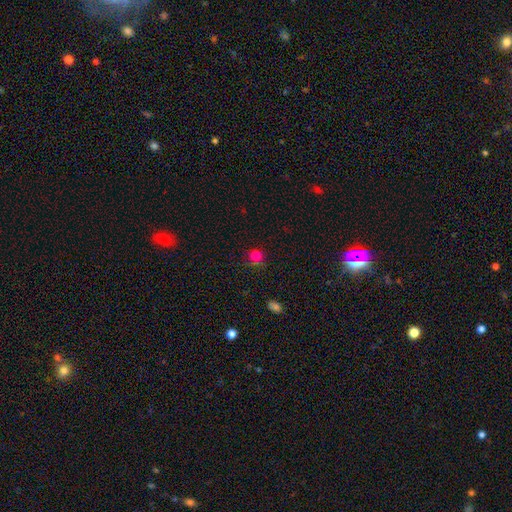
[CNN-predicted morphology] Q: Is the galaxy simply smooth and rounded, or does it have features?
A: smooth — 77%.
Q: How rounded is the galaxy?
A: round — 84%.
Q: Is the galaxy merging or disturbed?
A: none — 70%.